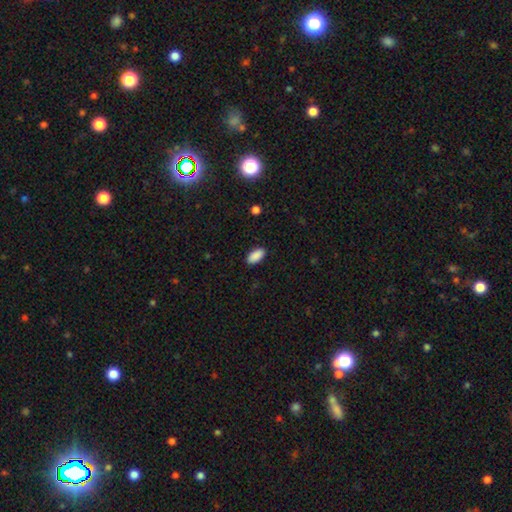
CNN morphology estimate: Q: Smooth or featured?
A: smooth (90%); runner-up: star or artifact (7%)
Q: How rounded?
A: in between (93%); runner-up: cigar-shaped (5%)
Q: Merging?
A: none (89%); runner-up: minor disturbance (8%)